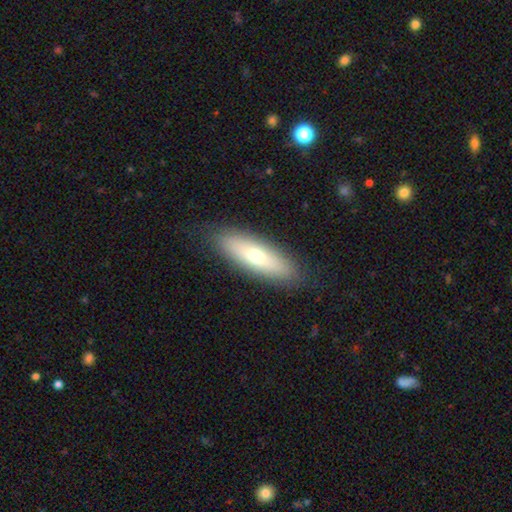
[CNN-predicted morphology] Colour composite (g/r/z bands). It shows a smooth galaxy with no disk features (61%) that is in between round and cigar-shaped (52%). Merging: none (88%).